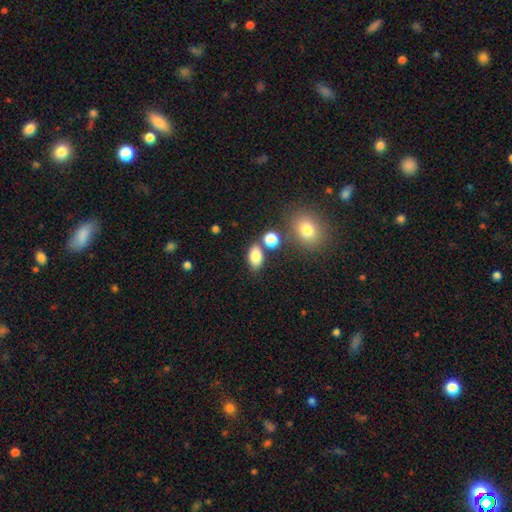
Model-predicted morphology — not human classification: Smooth or featured? smooth (83%)
How rounded? in between (86%)
Merging? none (69%)